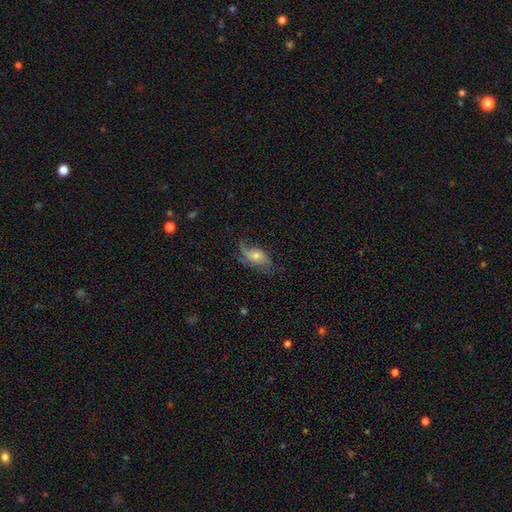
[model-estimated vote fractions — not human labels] The model was most divided on "bulge size": moderate: 49%, small: 40%, large: 6%, none: 4%, dominant: 2%. Remaining: edge-on disk — no (91%); spiral arms — yes (84%); bar — no (71%); smooth or featured — featured or disk (61%); merging — none (48%).